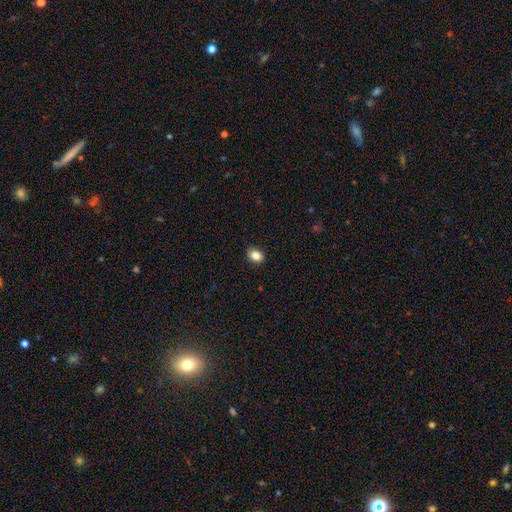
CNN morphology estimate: This appears to be a smooth galaxy with no disk features (85%) that is in between round and cigar-shaped (70%). Merging: none (88%).